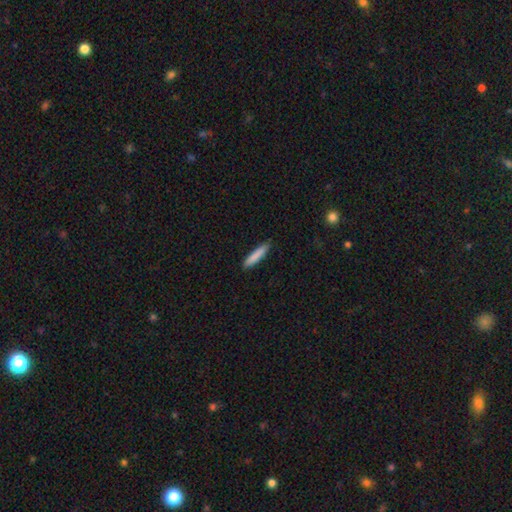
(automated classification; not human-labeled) Q: Smooth or featured?
A: smooth (85%); runner-up: featured or disk (10%)
Q: How rounded?
A: cigar-shaped (88%); runner-up: in between (10%)
Q: Merging?
A: none (88%); runner-up: minor disturbance (9%)